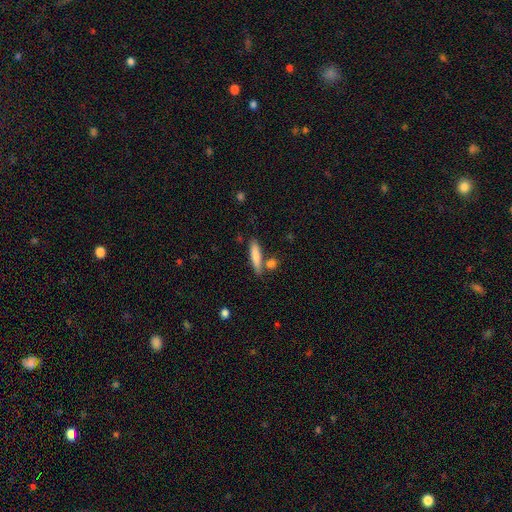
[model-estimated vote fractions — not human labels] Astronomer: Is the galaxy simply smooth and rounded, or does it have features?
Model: smooth — 78%.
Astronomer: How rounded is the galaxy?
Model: cigar-shaped — 82%.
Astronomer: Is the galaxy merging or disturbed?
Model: none — 70%.